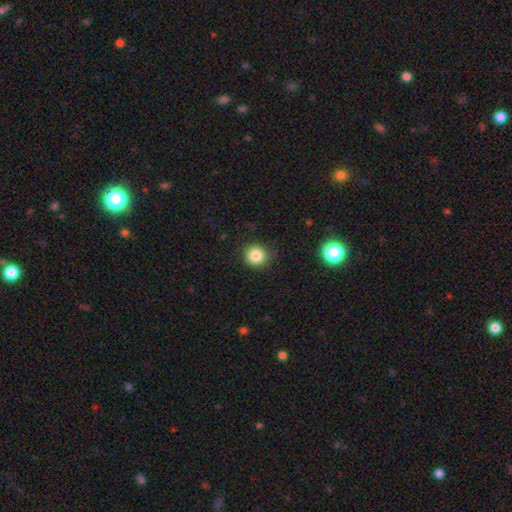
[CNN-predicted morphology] Smooth or featured? smooth (85%)
How rounded? round (91%)
Merging? none (86%)